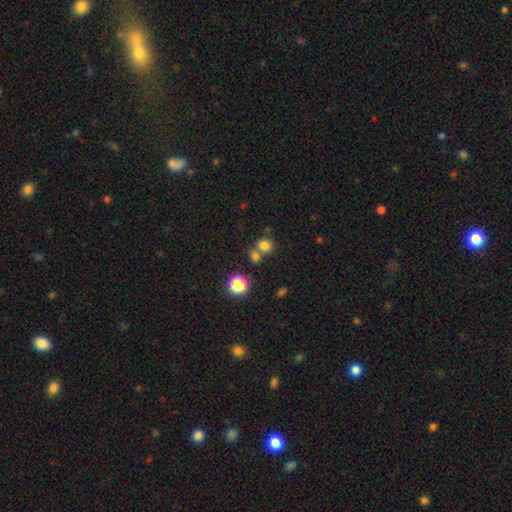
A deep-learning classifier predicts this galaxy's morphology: This is likely a smooth galaxy (71%). How rounded: clearly round (83%). Merging: possibly none (56%).